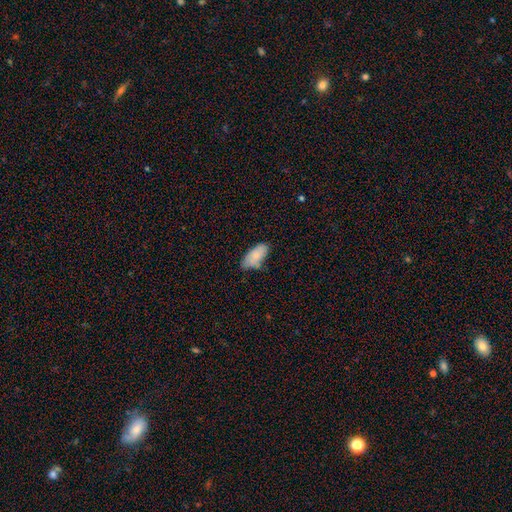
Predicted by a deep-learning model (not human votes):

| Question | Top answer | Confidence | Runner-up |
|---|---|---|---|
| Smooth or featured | smooth | 82% | featured or disk (12%) |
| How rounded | in between | 92% | cigar-shaped (6%) |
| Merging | none | 58% | minor disturbance (32%) |